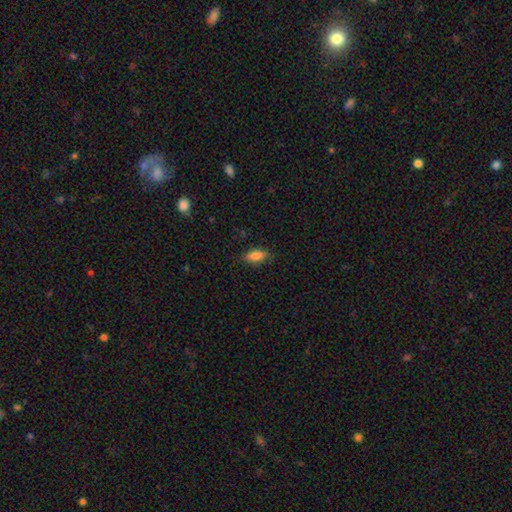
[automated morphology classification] smooth_or_featured: smooth (p=0.81) [alt: featured or disk p=0.11]
how_rounded: in between (p=0.79) [alt: cigar-shaped p=0.18]
merging: none (p=0.81) [alt: minor disturbance p=0.15]